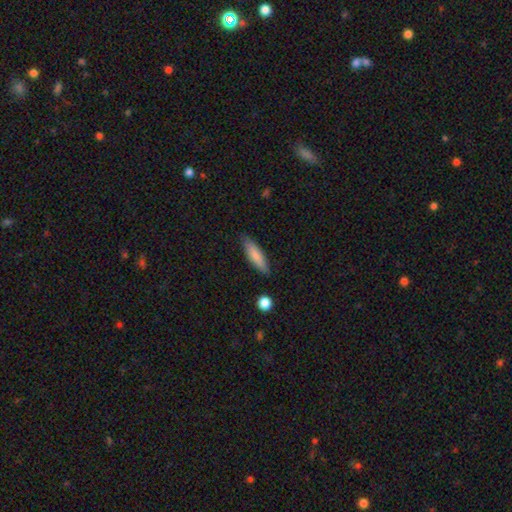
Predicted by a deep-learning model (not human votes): smooth_or_featured: smooth (p=0.79) [alt: featured or disk p=0.15]
how_rounded: cigar-shaped (p=0.66) [alt: in between p=0.32]
merging: none (p=0.84) [alt: minor disturbance p=0.12]